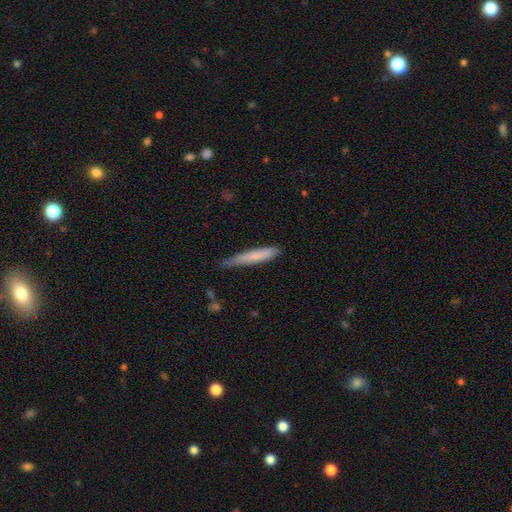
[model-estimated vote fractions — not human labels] A smooth galaxy with no disk features (72%) that is cigar-shaped (94%).

Vote fractions:
- Smooth or featured? smooth: 72% / featured or disk: 22% / star or artifact: 6%
- How rounded? cigar-shaped: 94% / in between: 5% / round: 1%
- Merging? none: 66% / minor disturbance: 27% / major disturbance: 4% / merger: 2%